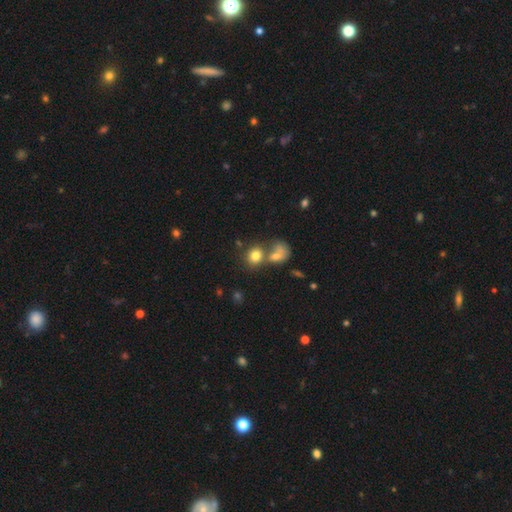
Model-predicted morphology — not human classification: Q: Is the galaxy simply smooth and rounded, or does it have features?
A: smooth — 77%.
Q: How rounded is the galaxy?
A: round — 71%.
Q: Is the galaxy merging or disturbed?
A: none — 47%.